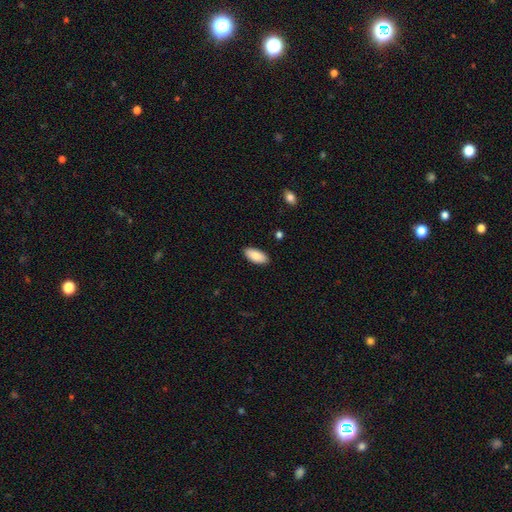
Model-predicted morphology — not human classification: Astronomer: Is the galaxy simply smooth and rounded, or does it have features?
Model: smooth — 86%.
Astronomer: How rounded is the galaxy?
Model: in between — 91%.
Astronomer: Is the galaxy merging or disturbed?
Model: none — 89%.